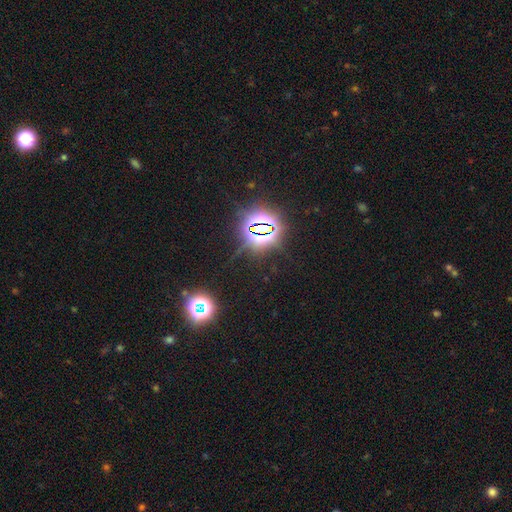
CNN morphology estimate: Smooth or featured? star or artifact (81%)